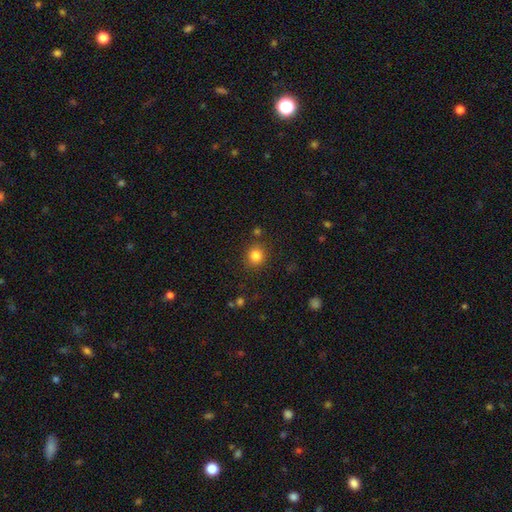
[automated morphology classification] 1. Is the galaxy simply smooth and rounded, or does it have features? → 83% smooth, 12% star or artifact, 5% featured or disk.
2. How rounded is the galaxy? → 83% round, 16% in between, 1% cigar-shaped.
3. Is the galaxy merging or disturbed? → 85% none, 9% minor disturbance, 3% merger, 3% major disturbance.